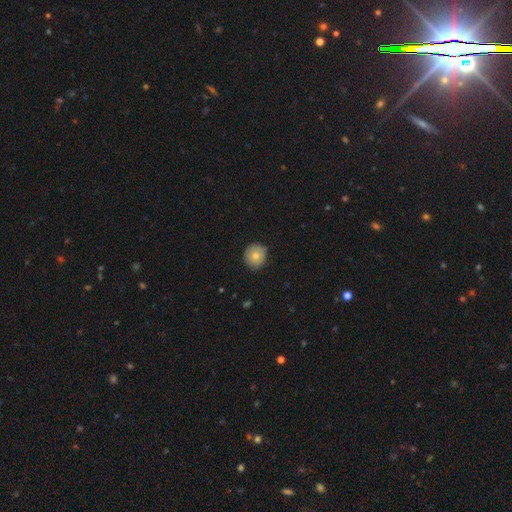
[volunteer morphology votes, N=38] This appears to be a smooth galaxy with no disk features (87%) that is round (94%). Merging: none (78%).